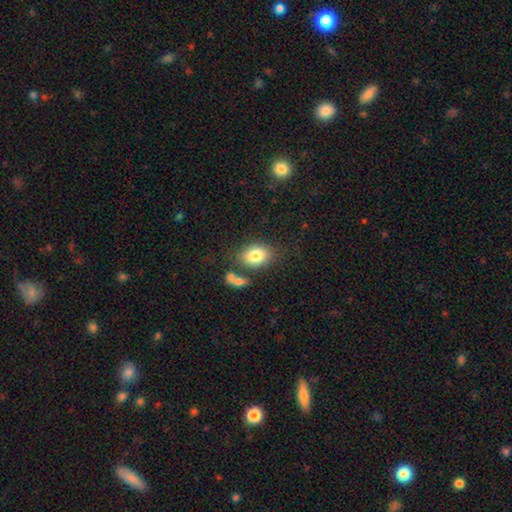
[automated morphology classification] Smooth or featured? Predicted: smooth (p=0.80). How rounded? Predicted: in between (p=0.69). Merging? Predicted: none (p=0.69).